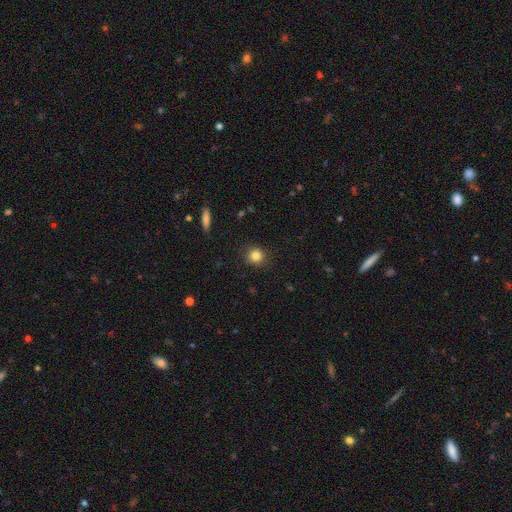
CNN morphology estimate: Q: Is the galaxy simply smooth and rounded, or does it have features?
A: smooth — 84%.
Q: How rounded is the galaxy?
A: round — 87%.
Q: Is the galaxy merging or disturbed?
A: none — 86%.